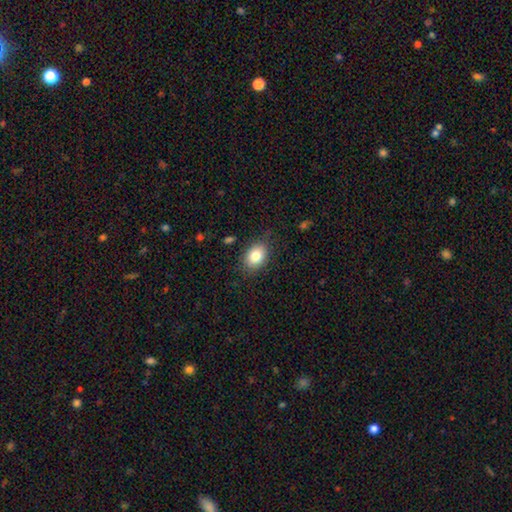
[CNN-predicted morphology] Smooth or featured: smooth — 83% (featured or disk — 9%)
How rounded: in between — 77% (round — 22%)
Merging: none — 81% (minor disturbance — 14%)